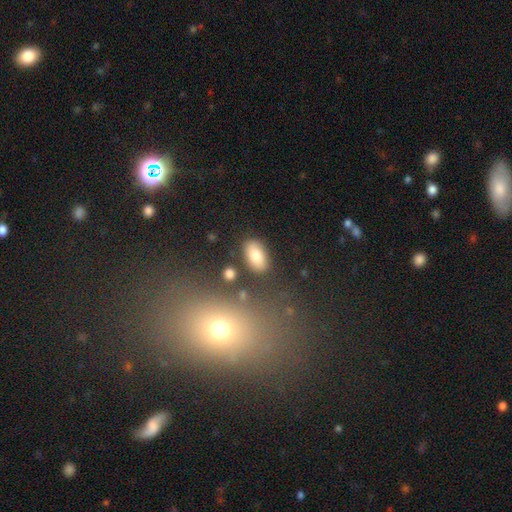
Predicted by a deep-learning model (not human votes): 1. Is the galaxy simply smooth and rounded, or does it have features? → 81% smooth, 10% featured or disk, 8% star or artifact.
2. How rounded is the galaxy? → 91% in between, 6% round, 3% cigar-shaped.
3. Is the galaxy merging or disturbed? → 82% none, 11% minor disturbance, 4% merger, 3% major disturbance.